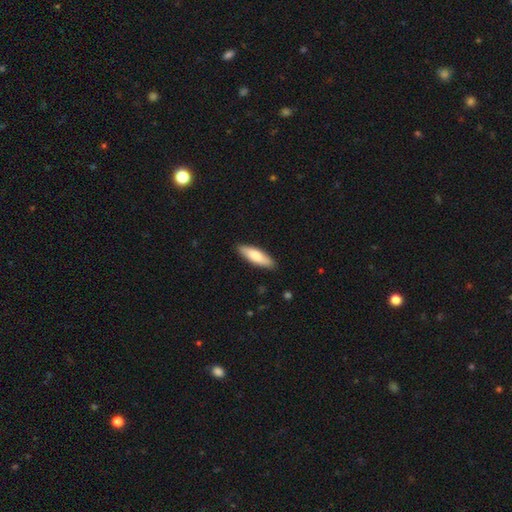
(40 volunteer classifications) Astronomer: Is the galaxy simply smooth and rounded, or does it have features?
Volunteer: smooth — 75%.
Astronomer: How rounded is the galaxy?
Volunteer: cigar-shaped — 57% (runner-up: in between, 43%).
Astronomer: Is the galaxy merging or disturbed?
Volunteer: none — 84%.